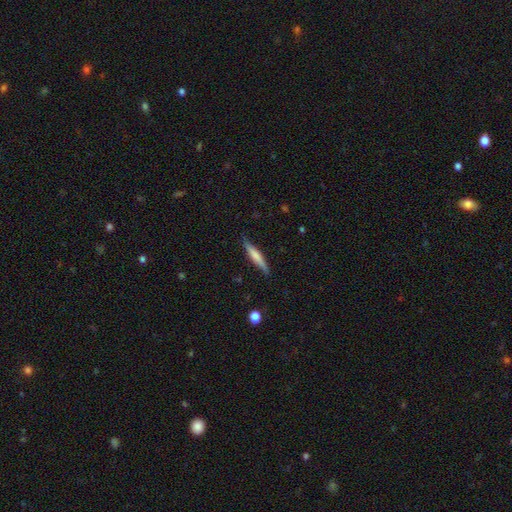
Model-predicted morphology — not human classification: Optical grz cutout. It shows a smooth galaxy with no disk features (56%) that is cigar-shaped (91%). Merging: none (85%).